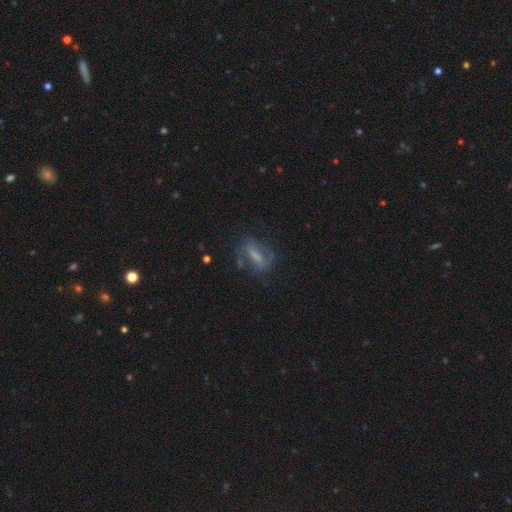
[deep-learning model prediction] smooth_or_featured: featured or disk (p=0.55) [alt: smooth p=0.34]
disk_edge_on: no (p=0.87) [alt: yes p=0.13]
merging: none (p=0.54) [alt: minor disturbance p=0.23]